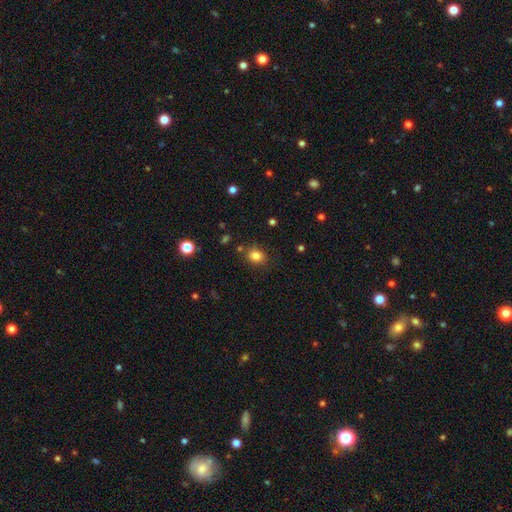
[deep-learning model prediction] smooth 82%, star or artifact 12%, featured or disk 6%. Down the decision tree: how rounded — round (55%); merging — none (82%).